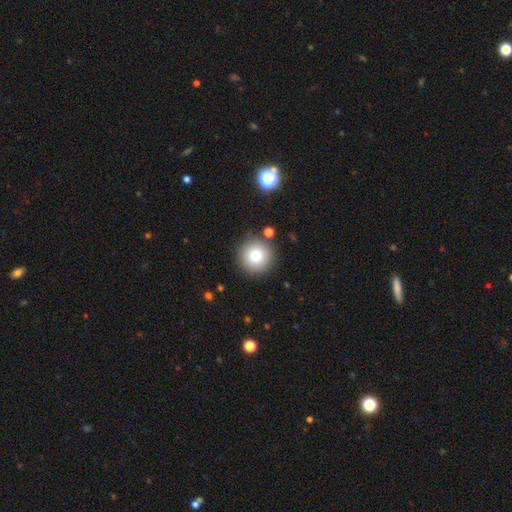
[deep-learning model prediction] Q: Smooth or featured?
A: smooth (77%); runner-up: star or artifact (13%)
Q: How rounded?
A: round (96%); runner-up: in between (3%)
Q: Merging?
A: none (87%); runner-up: minor disturbance (7%)